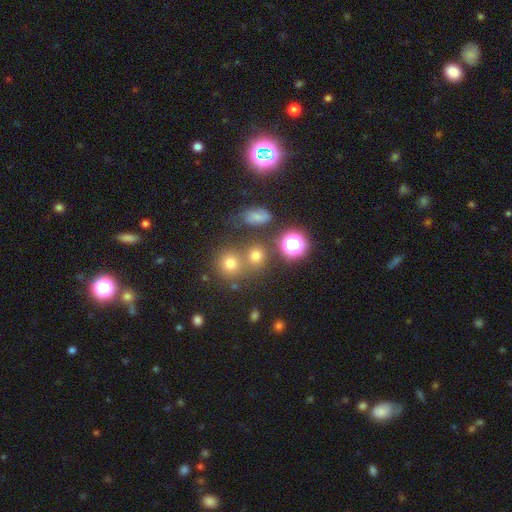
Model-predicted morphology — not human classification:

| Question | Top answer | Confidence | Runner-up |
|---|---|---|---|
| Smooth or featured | smooth | 67% | star or artifact (25%) |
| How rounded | round | 80% | in between (19%) |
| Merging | none | 62% | merger (24%) |